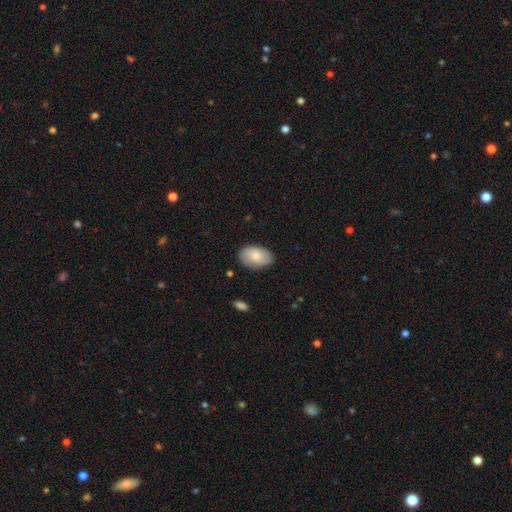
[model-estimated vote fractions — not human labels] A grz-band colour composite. It shows a smooth galaxy with no disk features (75%) that is in between round and cigar-shaped (90%). Merging: none (81%).